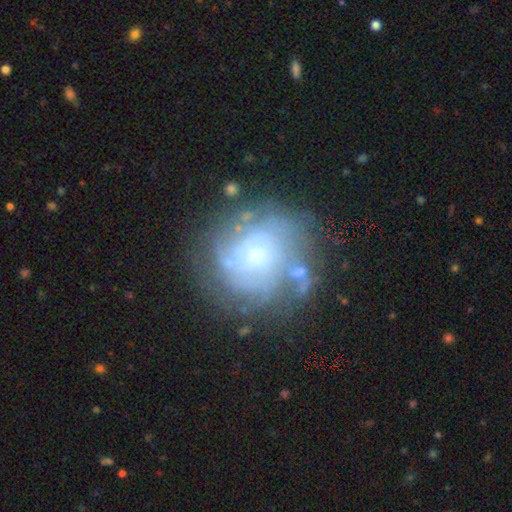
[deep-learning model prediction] Smooth or featured?
  - featured or disk: 72% *
  - smooth: 19%
  - star or artifact: 9%
Edge-on disk?
  - no: 98% *
  - yes: 2%
Bar?
  - no: 78% *
  - weak: 19%
  - strong: 3%
Spiral arms?
  - yes: 81% *
  - no: 19%
Spiral winding?
  - tight: 68% *
  - medium: 23%
  - loose: 9%
Spiral arm count?
  - can't tell: 51% *
  - 4: 12%
  - 3: 12%
  - 2: 11%
  - more than 4: 8%
  - 1: 5%
Bulge size?
  - small: 65% *
  - moderate: 28%
  - large: 3%
  - none: 3%
  - dominant: 1%
Merging?
  - none: 68% *
  - minor disturbance: 17%
  - major disturbance: 10%
  - merger: 5%